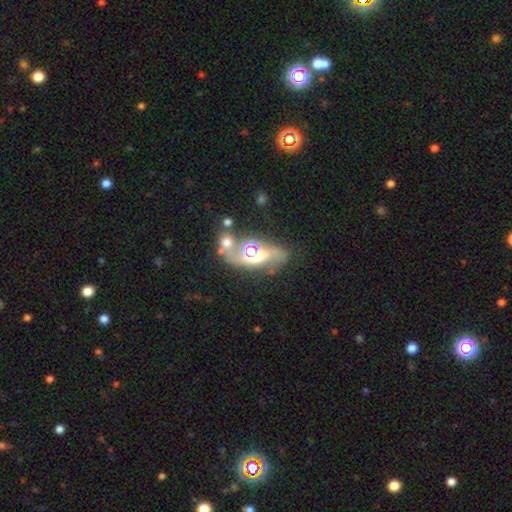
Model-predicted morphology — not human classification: A featured or disk galaxy (48%). Merging: none (35%).